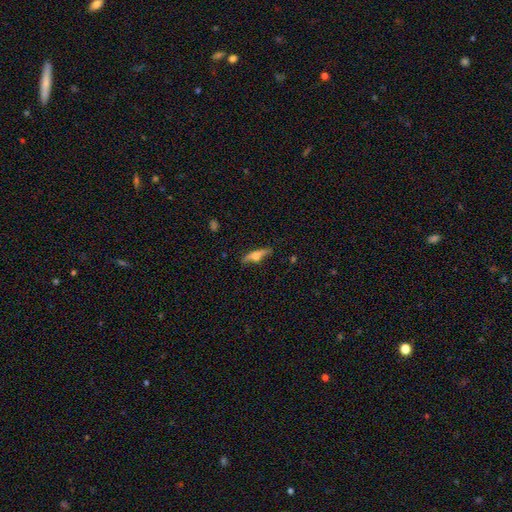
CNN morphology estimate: Overall: featured or disk (50%; smooth 43%). Merging: none (76%).